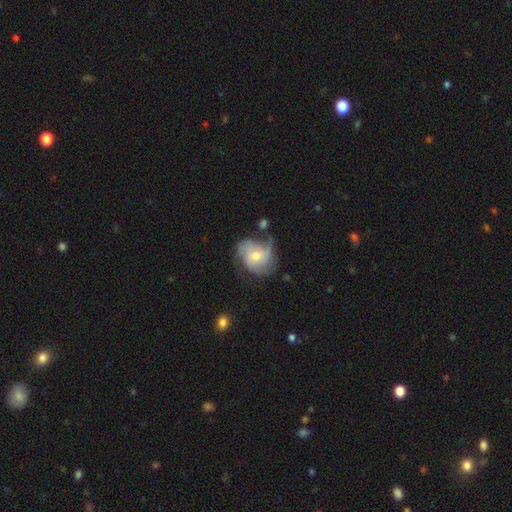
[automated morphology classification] This is possibly a featured or disk galaxy (59%). It is clearly not viewed edge-on (97%). Bar: likely no (71%). Spiral arm pattern: clearly yes (83%). Central bulge: possibly moderate (57%). Merging: possibly none (47%).